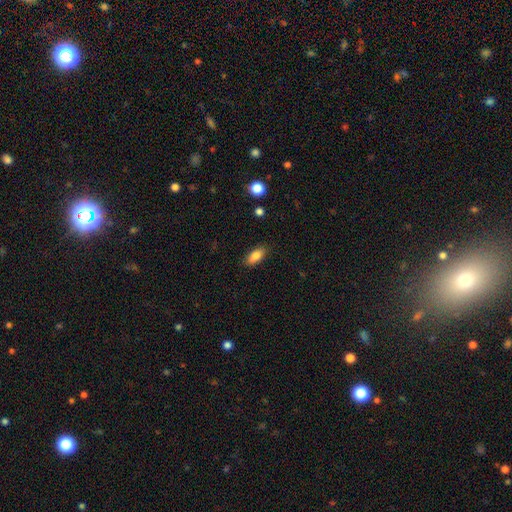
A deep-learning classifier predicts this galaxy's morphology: type=smooth (81%); roundness=in between (85%); merging=none (81%).